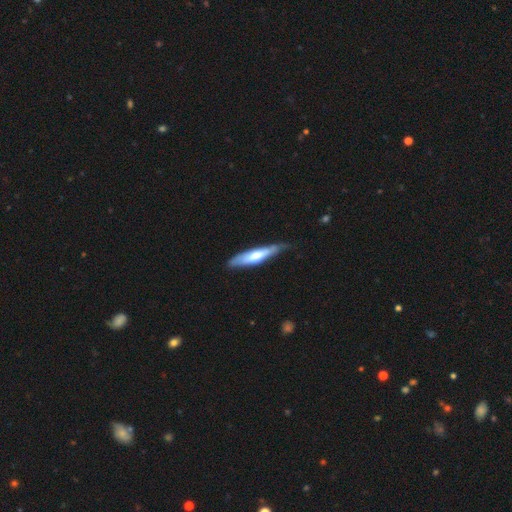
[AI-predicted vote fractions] Overall: smooth (55%; featured or disk 41%). How rounded: cigar-shaped (79%). Merging: none (62%; minor disturbance 30%).